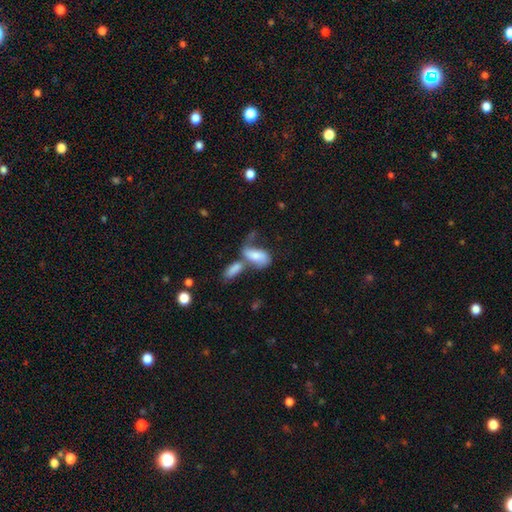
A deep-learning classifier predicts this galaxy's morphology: A smooth galaxy with no disk features (65%) that is in between round and cigar-shaped (88%). Merging: merger (58%).